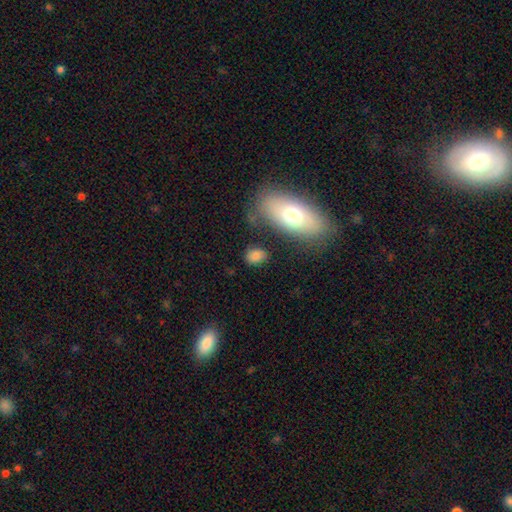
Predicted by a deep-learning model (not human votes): A smooth galaxy with no disk features (79%) that is in between round and cigar-shaped (70%). Merging: none (73%).